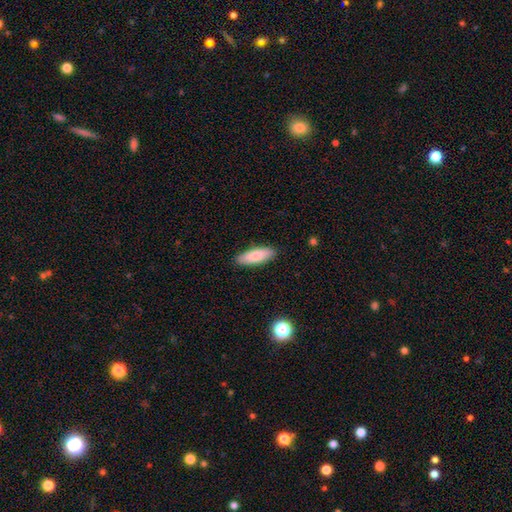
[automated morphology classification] Overall: smooth (78%). How rounded: in between (62%; cigar-shaped 36%). Merging: none (88%).